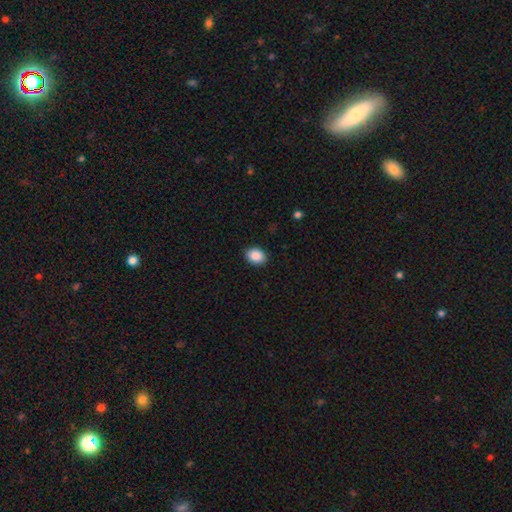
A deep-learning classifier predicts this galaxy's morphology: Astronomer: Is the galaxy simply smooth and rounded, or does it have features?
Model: smooth — 89%.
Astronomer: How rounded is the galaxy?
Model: in between — 66%.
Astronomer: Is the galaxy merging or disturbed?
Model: none — 90%.